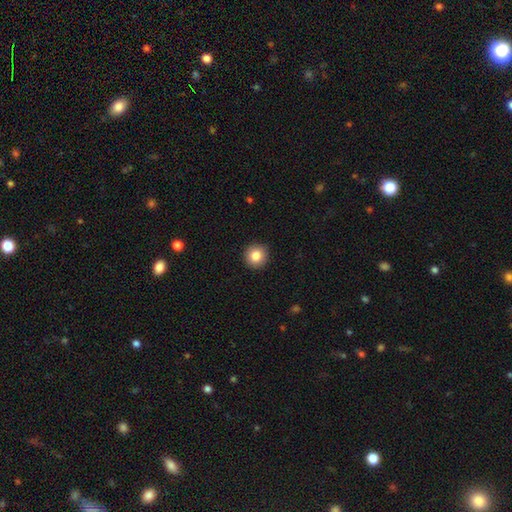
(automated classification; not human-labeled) Overall: smooth (84%). How rounded: round (94%). Merging: none (92%).